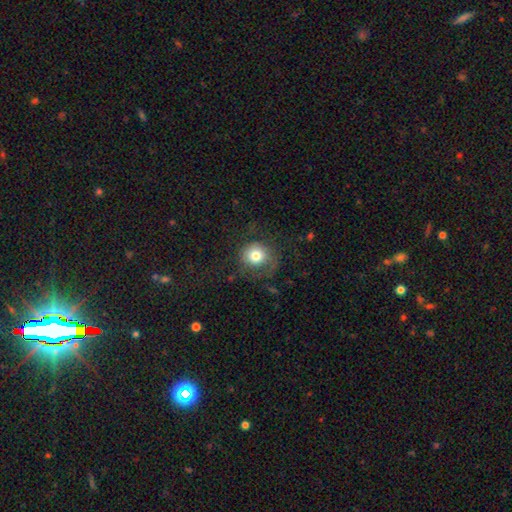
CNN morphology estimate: Overall: smooth (75%). How rounded: round (89%). Merging: none (66%).